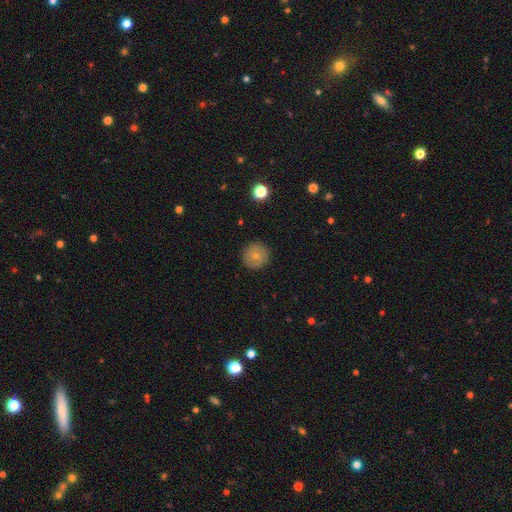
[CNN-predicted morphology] Smooth or featured?
  - smooth: 70% *
  - featured or disk: 21%
  - star or artifact: 10%
How rounded?
  - round: 96% *
  - in between: 3%
  - cigar-shaped: 1%
Merging?
  - none: 90% *
  - minor disturbance: 7%
  - major disturbance: 2%
  - merger: 1%